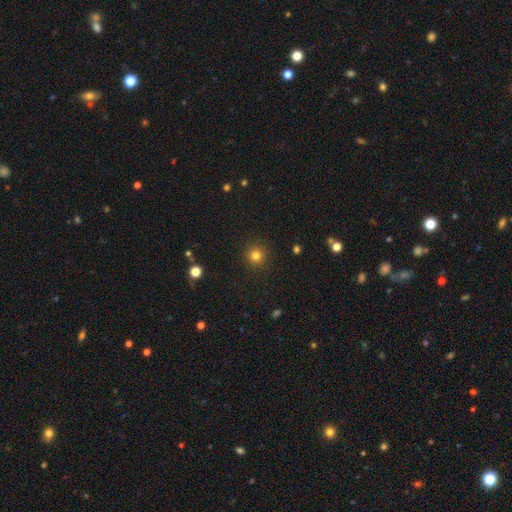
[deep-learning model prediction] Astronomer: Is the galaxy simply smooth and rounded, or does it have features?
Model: smooth — 80%.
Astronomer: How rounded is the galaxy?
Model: round — 95%.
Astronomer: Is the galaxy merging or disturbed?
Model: none — 92%.